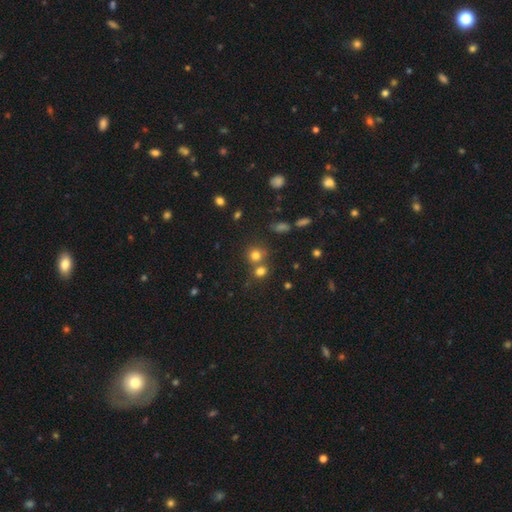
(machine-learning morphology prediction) smooth_or_featured: smooth (p=0.74) [alt: star or artifact p=0.18]
how_rounded: round (p=0.84) [alt: in between p=0.14]
merging: none (p=0.56) [alt: merger p=0.32]